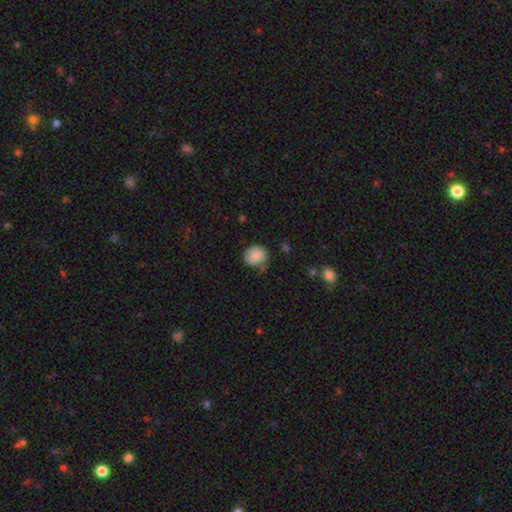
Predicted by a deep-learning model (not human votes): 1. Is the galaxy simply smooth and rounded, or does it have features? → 83% smooth, 10% featured or disk, 8% star or artifact.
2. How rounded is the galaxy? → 77% round, 22% in between, 1% cigar-shaped.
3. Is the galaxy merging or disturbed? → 63% none, 27% minor disturbance, 7% major disturbance, 3% merger.